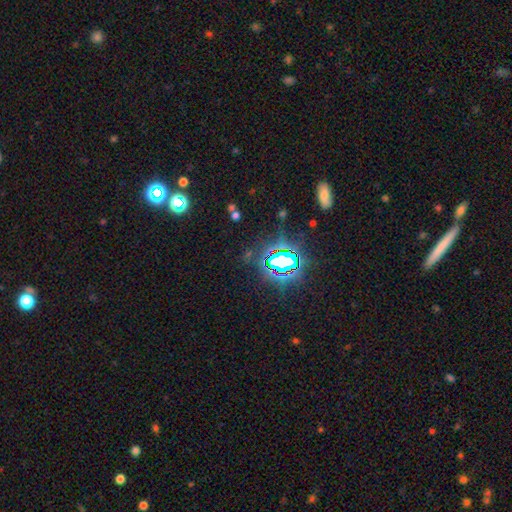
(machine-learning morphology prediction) Smooth or featured?
  - star or artifact: 79% *
  - smooth: 13%
  - featured or disk: 8%